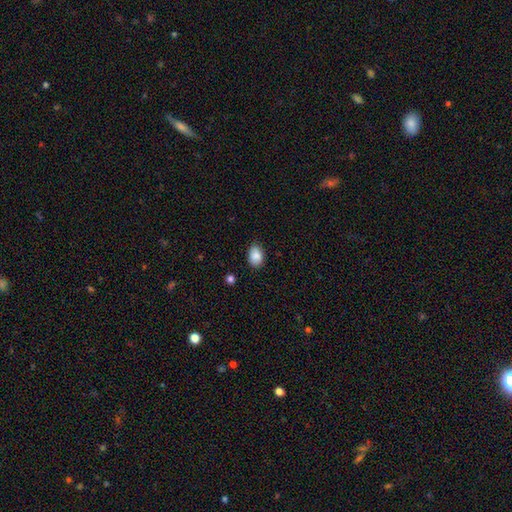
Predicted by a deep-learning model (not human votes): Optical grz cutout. It shows a smooth galaxy with no disk features (88%) that is in between round and cigar-shaped (83%). Merging: none (82%).